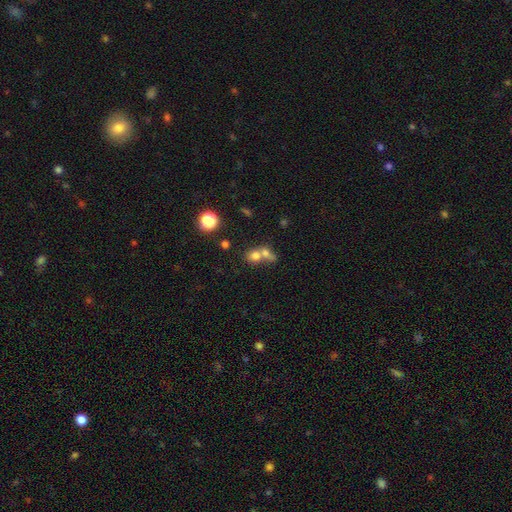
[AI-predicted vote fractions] smooth_or_featured: smooth (p=0.71) [alt: featured or disk p=0.16]
how_rounded: round (p=0.68) [alt: in between p=0.30]
merging: merger (p=0.64) [alt: none p=0.26]